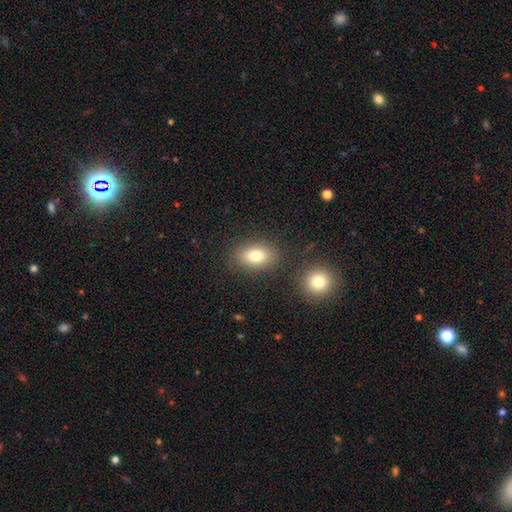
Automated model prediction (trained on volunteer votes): Q: Smooth or featured?
A: smooth (79%); runner-up: featured or disk (11%)
Q: How rounded?
A: in between (78%); runner-up: round (20%)
Q: Merging?
A: none (81%); runner-up: minor disturbance (10%)